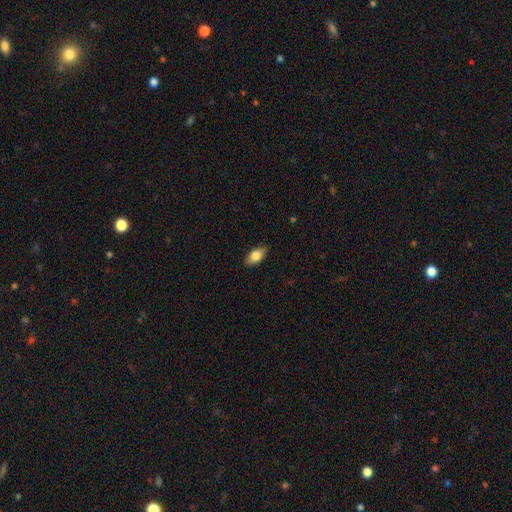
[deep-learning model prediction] Overall: smooth (79%). How rounded: in between (90%). Merging: none (87%).